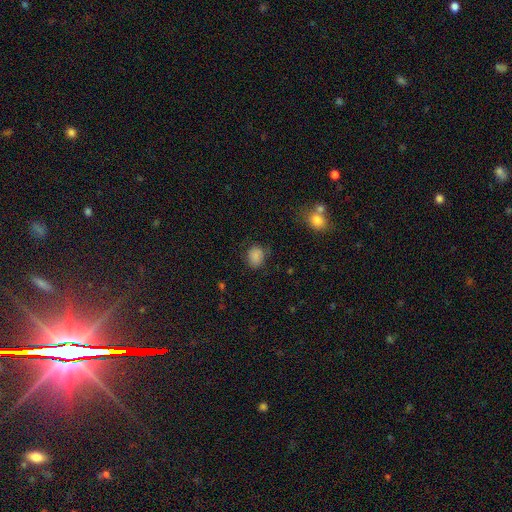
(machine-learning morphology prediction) Q: Smooth or featured?
A: smooth (84%); runner-up: star or artifact (11%)
Q: How rounded?
A: round (52%); runner-up: in between (47%)
Q: Merging?
A: none (73%); runner-up: minor disturbance (19%)